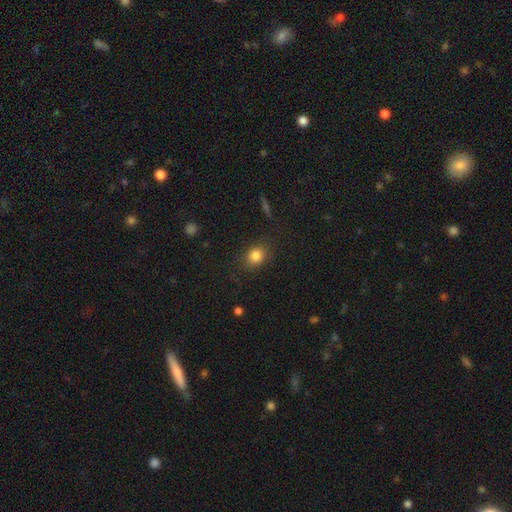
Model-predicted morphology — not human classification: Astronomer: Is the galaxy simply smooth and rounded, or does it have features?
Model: smooth — 82%.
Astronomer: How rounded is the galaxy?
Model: round — 58% (runner-up: in between, 40%).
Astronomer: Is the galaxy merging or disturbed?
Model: none — 81%.